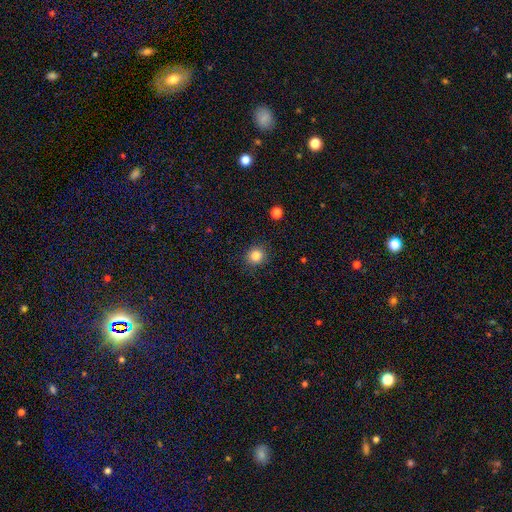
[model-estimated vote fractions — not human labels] Smooth or featured?
  - smooth: 84% *
  - star or artifact: 11%
  - featured or disk: 5%
How rounded?
  - round: 88% *
  - in between: 11%
  - cigar-shaped: 1%
Merging?
  - none: 89% *
  - minor disturbance: 8%
  - major disturbance: 2%
  - merger: 1%